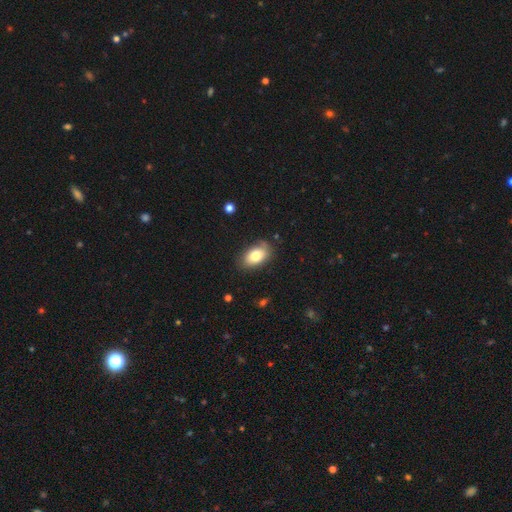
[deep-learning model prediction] smooth_or_featured: smooth (p=0.77) [alt: featured or disk p=0.15]
how_rounded: in between (p=0.91) [alt: round p=0.08]
merging: none (p=0.77) [alt: minor disturbance p=0.17]